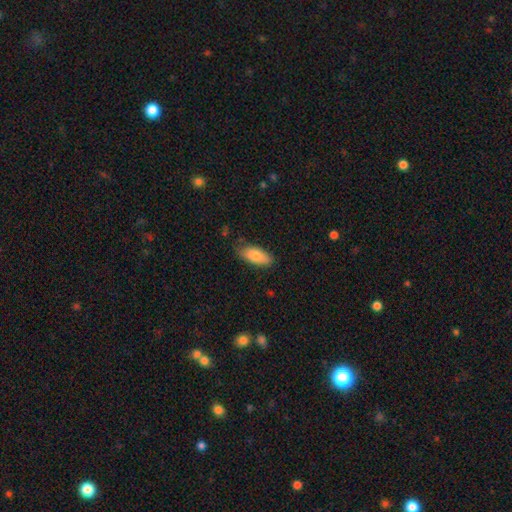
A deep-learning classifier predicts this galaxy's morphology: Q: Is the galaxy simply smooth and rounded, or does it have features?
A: smooth — 83%.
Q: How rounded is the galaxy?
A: in between — 84%.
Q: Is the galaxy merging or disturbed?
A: none — 75%.